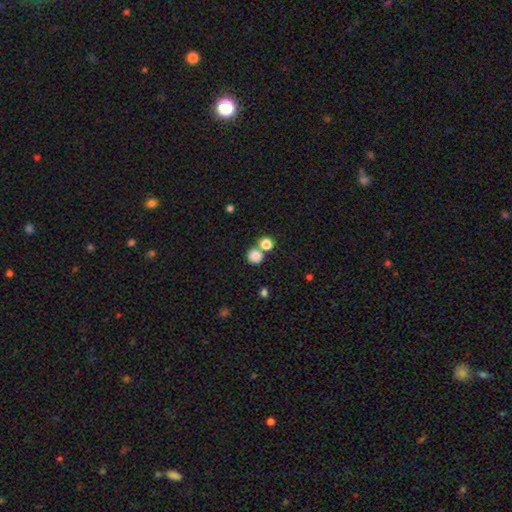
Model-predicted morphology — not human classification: smooth-or-featured: smooth: 83% | star or artifact: 12% | featured or disk: 6%
  how-rounded: round: 89% | in between: 10% | cigar-shaped: 1%
  merging: none: 59% | merger: 31% | minor disturbance: 7% | major disturbance: 3%